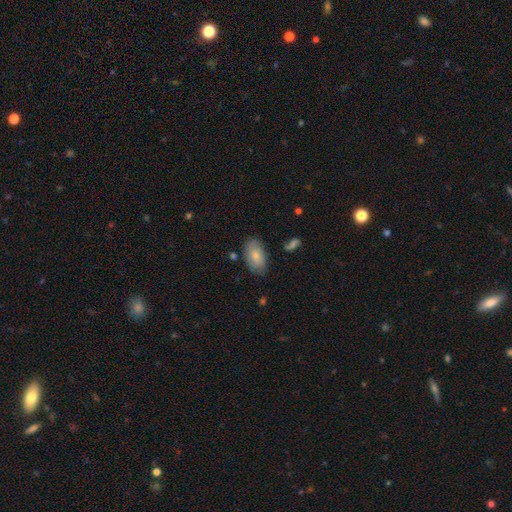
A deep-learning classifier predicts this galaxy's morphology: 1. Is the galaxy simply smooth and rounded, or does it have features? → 76% smooth, 18% featured or disk, 6% star or artifact.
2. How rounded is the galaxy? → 93% in between, 5% round, 2% cigar-shaped.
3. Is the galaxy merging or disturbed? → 78% none, 17% minor disturbance, 4% major disturbance, 2% merger.